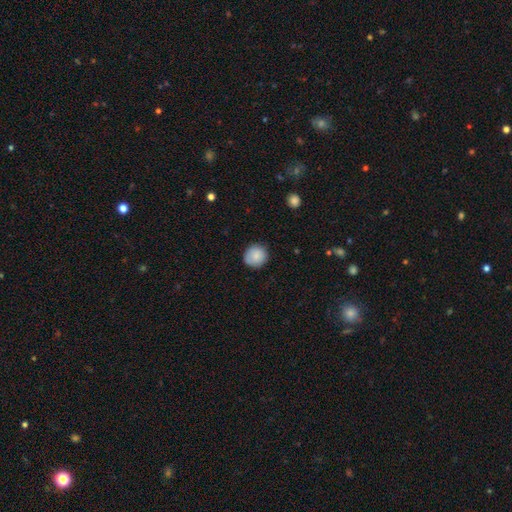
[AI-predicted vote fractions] A smooth galaxy with no disk features (85%) that is round (90%).

Vote fractions:
- Smooth or featured? smooth: 85% / star or artifact: 8% / featured or disk: 7%
- How rounded? round: 90% / in between: 9% / cigar-shaped: 1%
- Merging? none: 85% / minor disturbance: 12% / major disturbance: 2% / merger: 1%